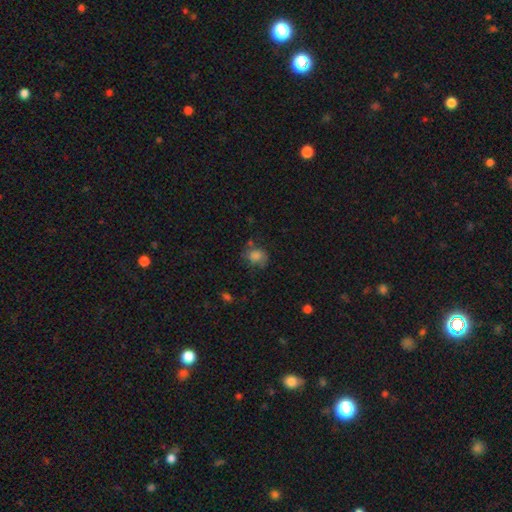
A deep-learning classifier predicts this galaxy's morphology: Smooth or featured? smooth (74%)
How rounded? round (60%)
Merging? none (55%)